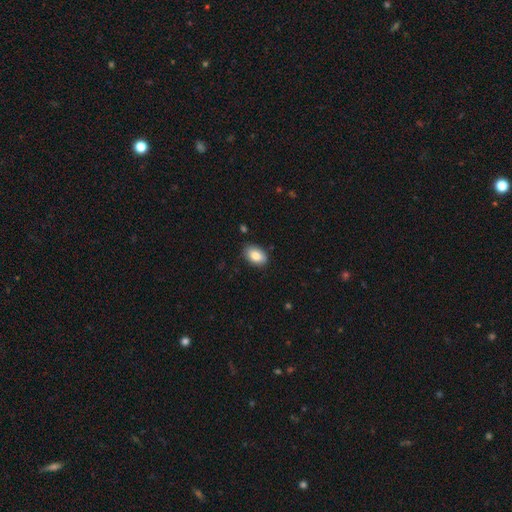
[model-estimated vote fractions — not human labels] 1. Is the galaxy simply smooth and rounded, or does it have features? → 85% smooth, 8% featured or disk, 7% star or artifact.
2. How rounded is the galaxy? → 88% in between, 11% round, 1% cigar-shaped.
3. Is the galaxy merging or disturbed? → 85% none, 12% minor disturbance, 2% major disturbance, 1% merger.